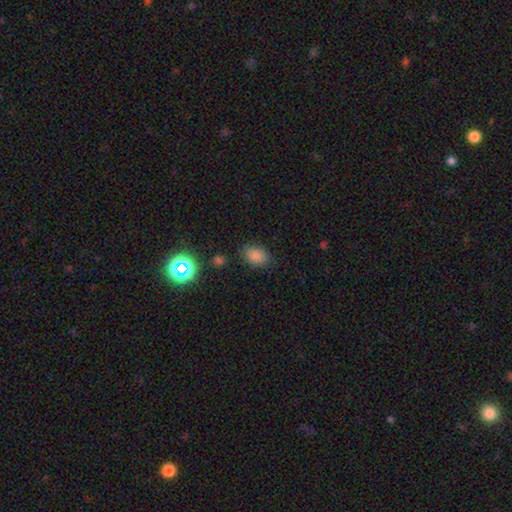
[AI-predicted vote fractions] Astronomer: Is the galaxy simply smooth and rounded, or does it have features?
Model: smooth — 81%.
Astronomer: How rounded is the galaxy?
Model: in between — 75%.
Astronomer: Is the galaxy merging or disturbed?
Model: none — 82%.